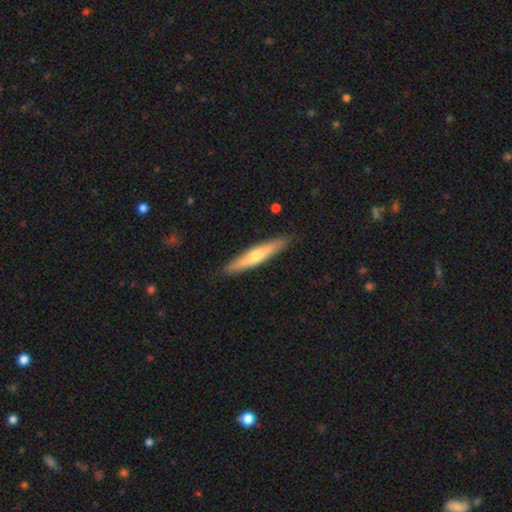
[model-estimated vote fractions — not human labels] Smooth or featured? featured or disk (47%, tied with smooth)
Merging? none (90%)